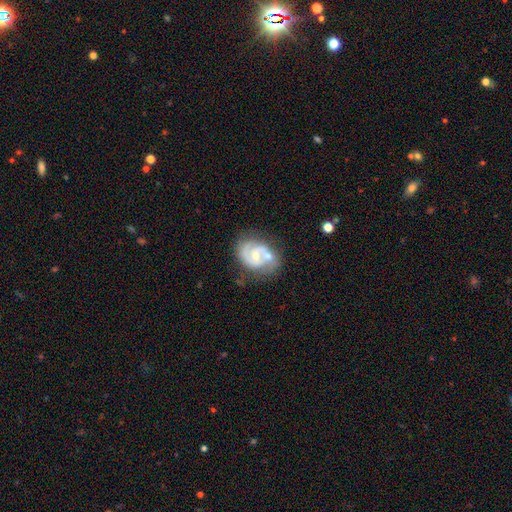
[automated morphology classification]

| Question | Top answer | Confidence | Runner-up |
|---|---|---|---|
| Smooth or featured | featured or disk | 84% | smooth (11%) |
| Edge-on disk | no | 98% | yes (2%) |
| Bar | no | 52% | weak (39%) |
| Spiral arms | yes | 94% | no (6%) |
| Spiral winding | medium | 50% | tight (37%) |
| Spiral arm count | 2 | 79% | can't tell (8%) |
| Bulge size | small | 48% | moderate (47%) |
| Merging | none | 51% | merger (23%) |